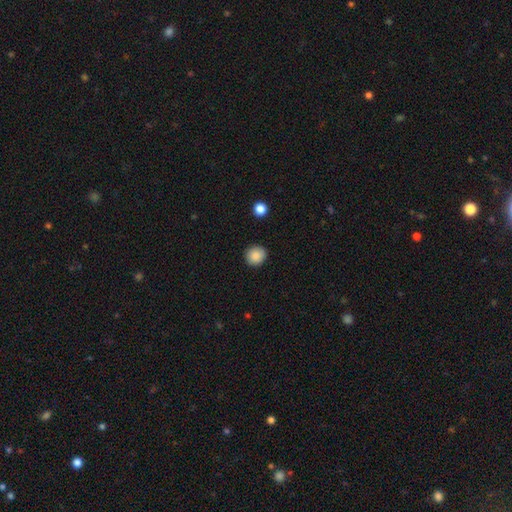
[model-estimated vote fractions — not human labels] Smooth or featured?
  - smooth: 87% *
  - star or artifact: 9%
  - featured or disk: 4%
How rounded?
  - round: 92% *
  - in between: 8%
  - cigar-shaped: 1%
Merging?
  - none: 91% *
  - minor disturbance: 6%
  - major disturbance: 2%
  - merger: 1%